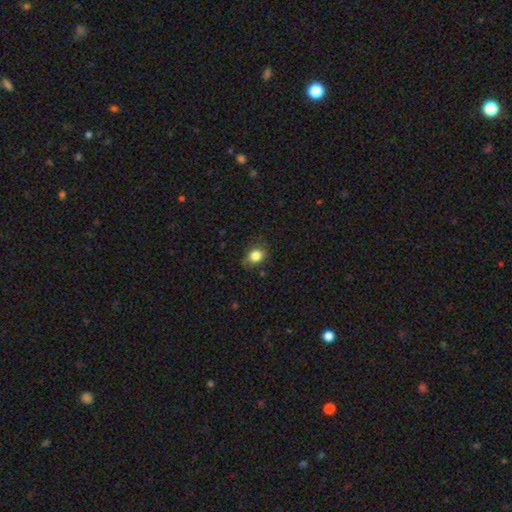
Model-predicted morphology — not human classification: smooth-or-featured: smooth: 83% | star or artifact: 10% | featured or disk: 7%
  how-rounded: round: 59% | in between: 39% | cigar-shaped: 1%
  merging: none: 72% | minor disturbance: 21% | major disturbance: 6% | merger: 1%